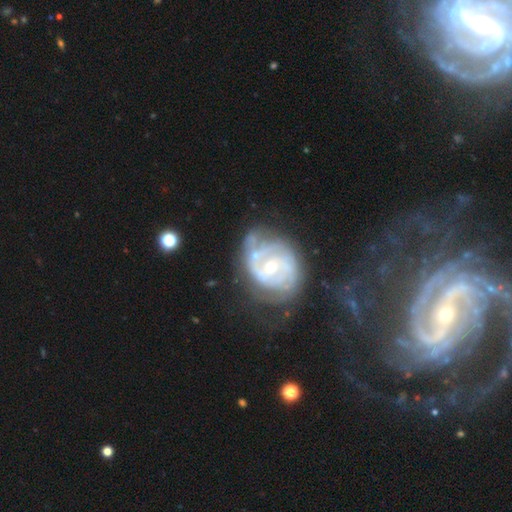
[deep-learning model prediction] This appears to be a featured or disk galaxy (82%) with no bar (57%), 2 (43%) tight (50%) spiral arms (89%) and a small central bulge (60%). Merging: none (53%).